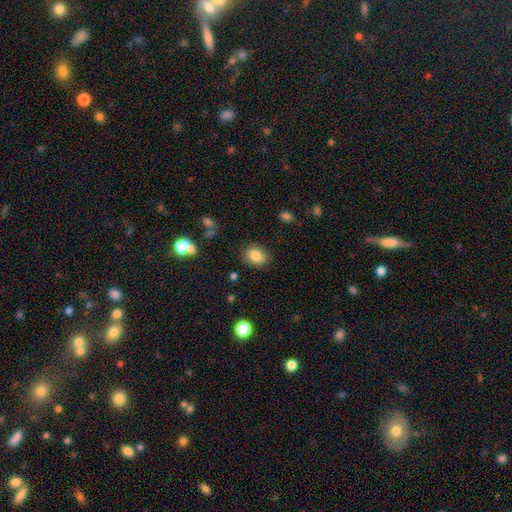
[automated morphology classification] Smooth or featured? Predicted: smooth (p=0.83). How rounded? Predicted: in between (p=0.56). Merging? Predicted: none (p=0.83).